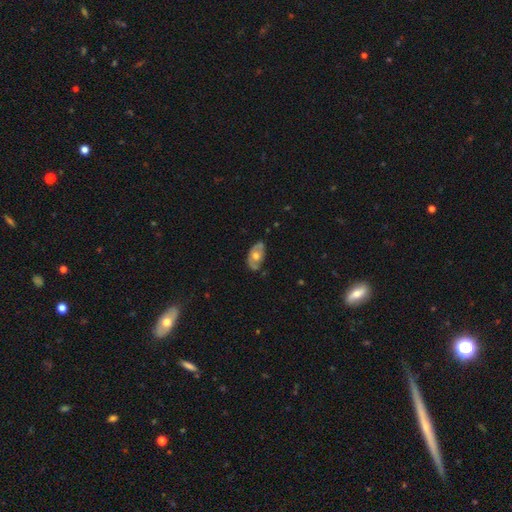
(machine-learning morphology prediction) Overall: featured or disk (57%; smooth 37%). Edge-on disk: no (90%). Bar: no (82%). Spiral arms: no (52%; yes 48%). Bulge size: moderate (67%). Merging: none (64%; minor disturbance 26%).